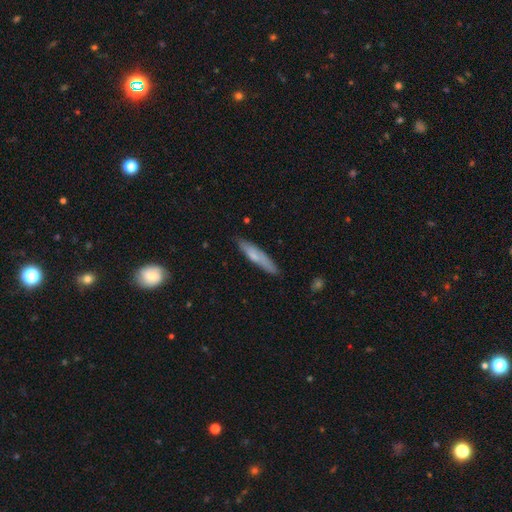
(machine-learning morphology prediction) Smooth or featured?
  - smooth: 64% *
  - featured or disk: 30%
  - star or artifact: 6%
How rounded?
  - cigar-shaped: 87% *
  - in between: 11%
  - round: 1%
Merging?
  - none: 83% *
  - minor disturbance: 14%
  - major disturbance: 2%
  - merger: 1%